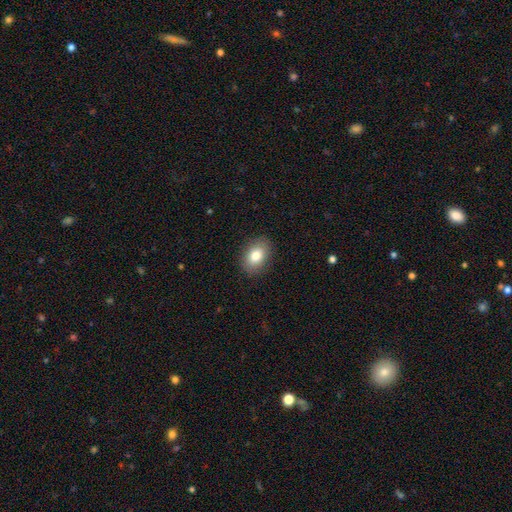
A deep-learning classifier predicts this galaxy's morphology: smooth 82%, featured or disk 10%, star or artifact 8%. Down the decision tree: how rounded — in between (80%); merging — none (88%).